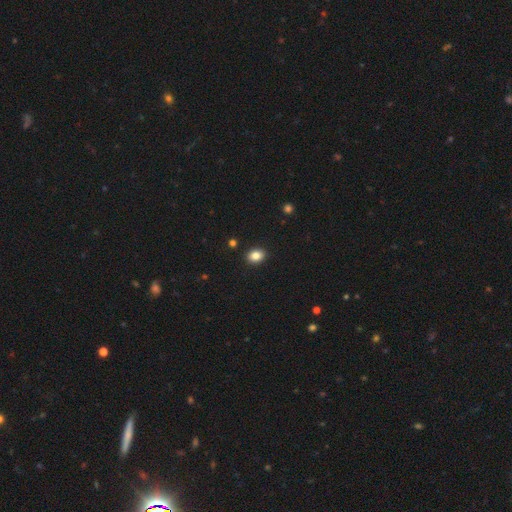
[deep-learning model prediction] Smooth or featured: smooth — 85% (star or artifact — 10%)
How rounded: in between — 62% (round — 37%)
Merging: none — 90% (minor disturbance — 7%)